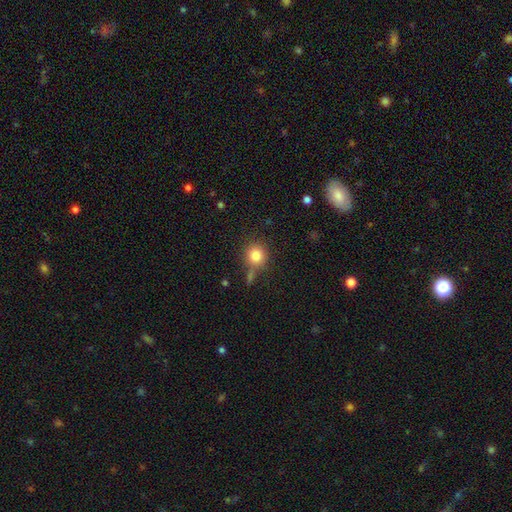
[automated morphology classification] Q: Smooth or featured?
A: smooth (83%); runner-up: star or artifact (10%)
Q: How rounded?
A: round (90%); runner-up: in between (9%)
Q: Merging?
A: none (68%); runner-up: minor disturbance (14%)